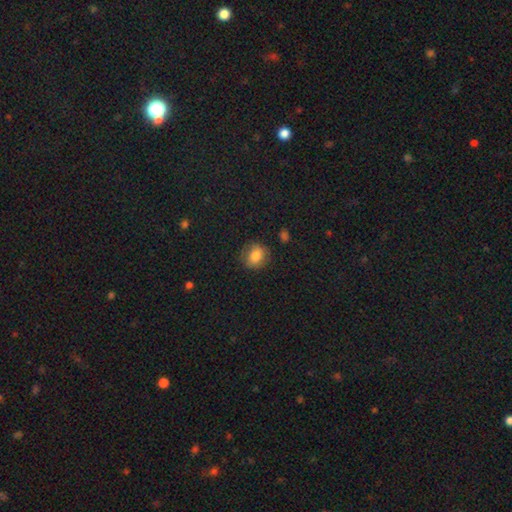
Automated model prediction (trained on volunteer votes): Smooth or featured? Predicted: smooth (p=0.80). How rounded? Predicted: round (p=0.66). Merging? Predicted: none (p=0.78).